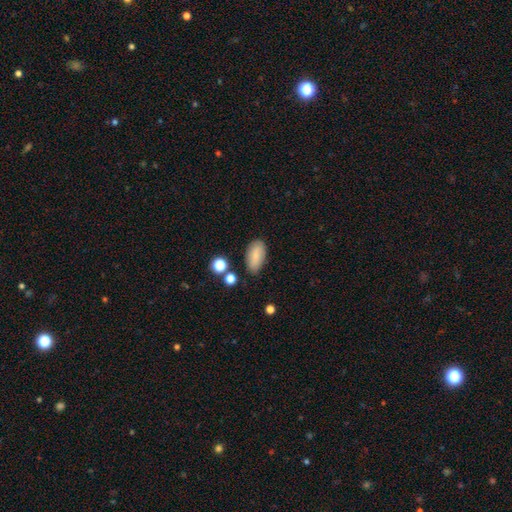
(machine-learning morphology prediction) type=smooth (80%); roundness=in between (92%); merging=none (81%).